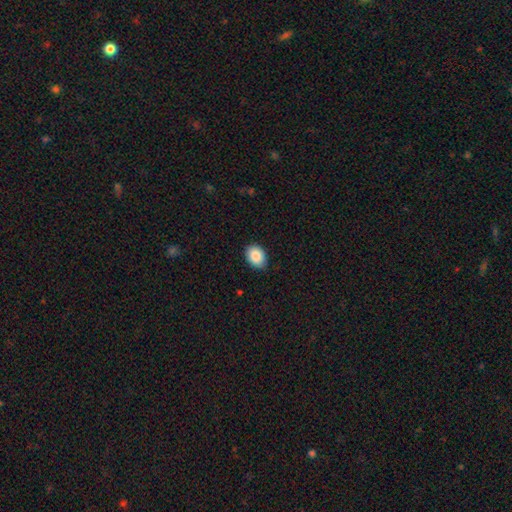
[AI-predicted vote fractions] This is clearly a smooth galaxy (88%). How rounded: likely in between (74%). Merging: clearly none (86%).